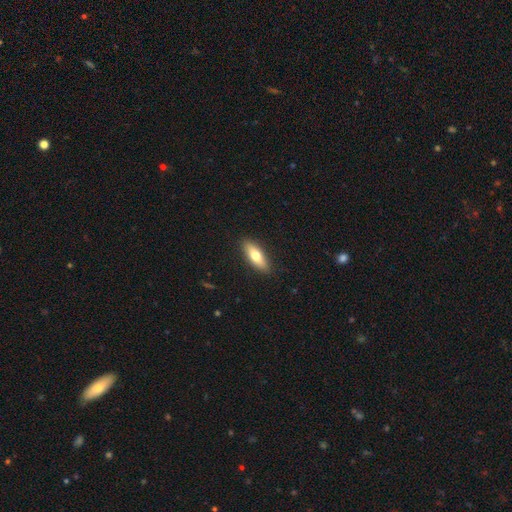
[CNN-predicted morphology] smooth_or_featured: smooth (p=0.70) [alt: featured or disk p=0.24]
how_rounded: in between (p=0.64) [alt: cigar-shaped p=0.33]
merging: none (p=0.89) [alt: minor disturbance p=0.08]